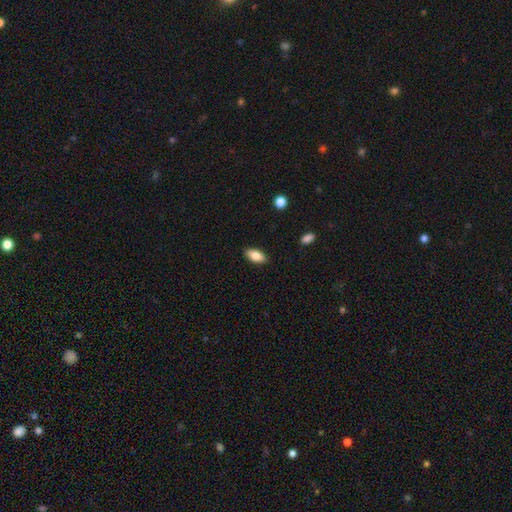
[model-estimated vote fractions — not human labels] A smooth galaxy with no disk features (83%) that is in between round and cigar-shaped (90%).

Vote fractions:
- Smooth or featured? smooth: 83% / featured or disk: 10% / star or artifact: 7%
- How rounded? in between: 90% / cigar-shaped: 7% / round: 3%
- Merging? none: 89% / minor disturbance: 8% / major disturbance: 2% / merger: 1%